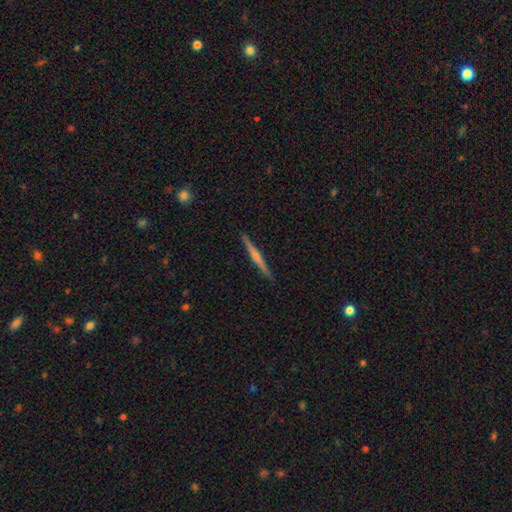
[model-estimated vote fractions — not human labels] This is likely a featured or disk galaxy (71%). It is clearly viewed edge-on (98%). Edge-on bulge: likely rounded (70%). Merging: clearly none (92%).